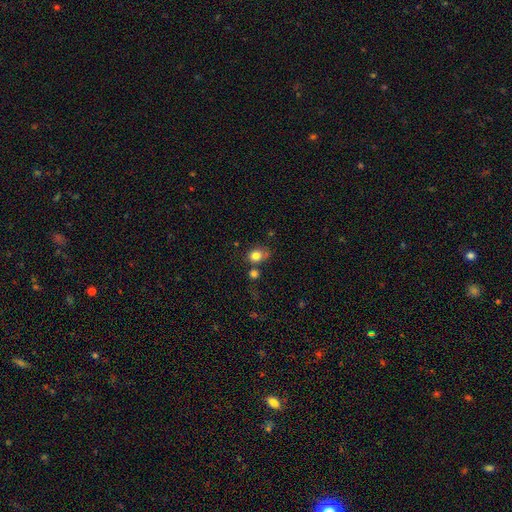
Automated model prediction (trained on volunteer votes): Q: Smooth or featured?
A: smooth (81%); runner-up: star or artifact (11%)
Q: How rounded?
A: round (58%); runner-up: in between (41%)
Q: Merging?
A: none (53%); runner-up: minor disturbance (23%)